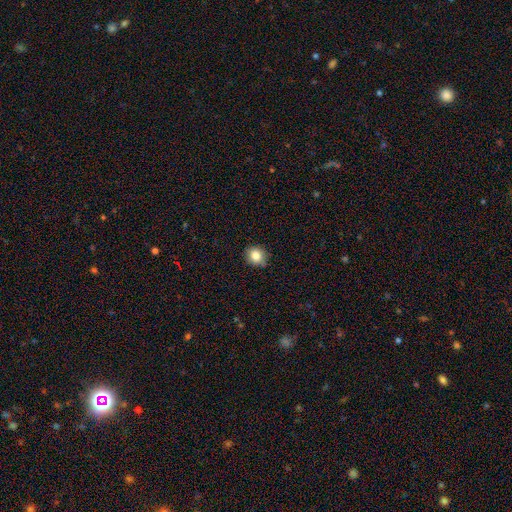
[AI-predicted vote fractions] The model was most divided on "smooth or featured": smooth: 83%, star or artifact: 10%, featured or disk: 6%. More confident: how rounded — round (86%); merging — none (86%).